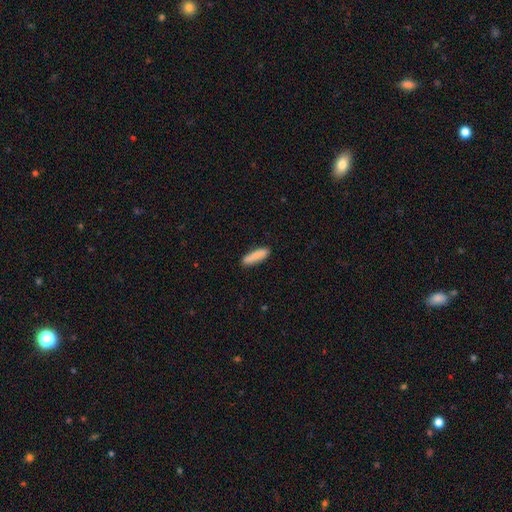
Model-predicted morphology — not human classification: A smooth galaxy with no disk features (83%) that is cigar-shaped (68%). Merging: none (87%).